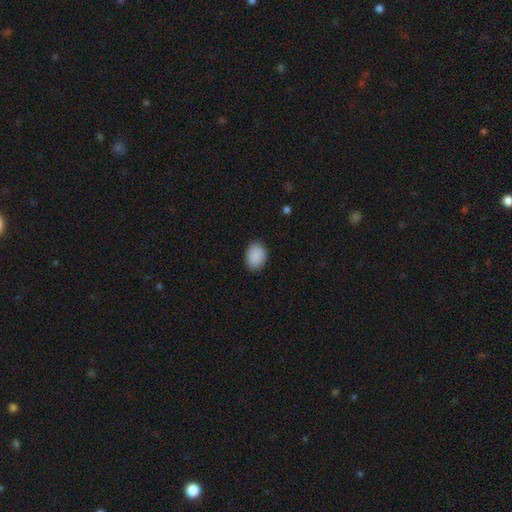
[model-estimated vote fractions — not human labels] Morphology: type=smooth (90%); roundness=in between (66%); merging=none (86%).